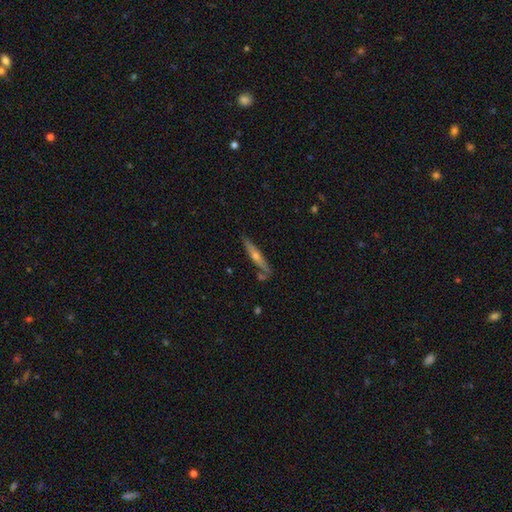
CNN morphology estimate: The model was most divided on "smooth or featured": featured or disk: 61%, smooth: 32%, star or artifact: 6%. More confident: edge-on disk — yes (94%); edge-on bulge — rounded (85%); merging — none (81%).